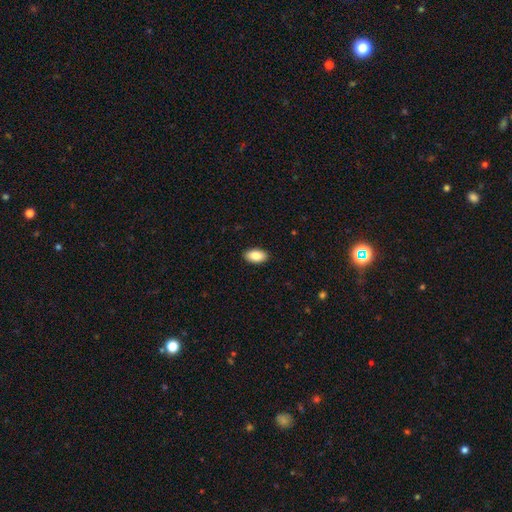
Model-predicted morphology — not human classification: Overall: smooth (87%). How rounded: in between (94%). Merging: none (91%).